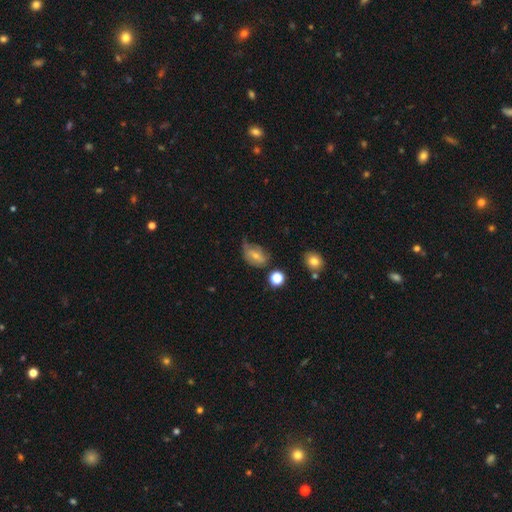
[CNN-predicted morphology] smooth-or-featured: smooth: 60% | featured or disk: 29% | star or artifact: 11%
  how-rounded: in between: 72% | round: 27% | cigar-shaped: 2%
  merging: minor disturbance: 39% | none: 35% | major disturbance: 22% | merger: 4%